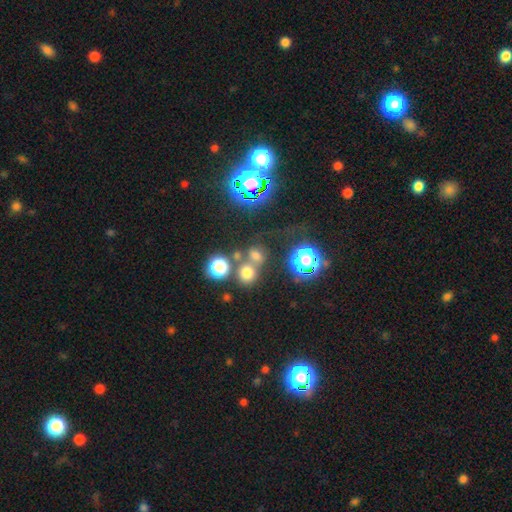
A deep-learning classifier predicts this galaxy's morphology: smooth 58%, star or artifact 32%, featured or disk 10%. Down the decision tree: how rounded — round (75%); merging — none (50%).